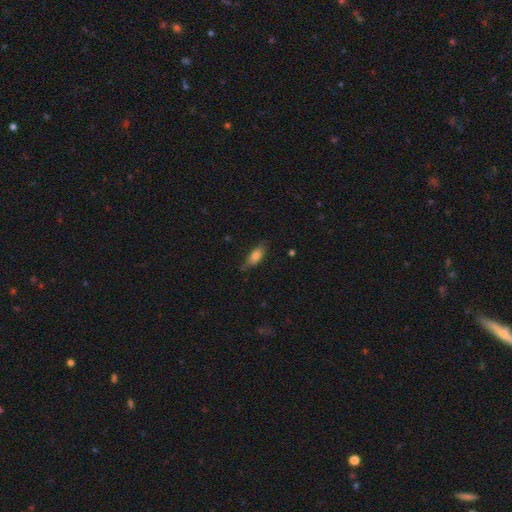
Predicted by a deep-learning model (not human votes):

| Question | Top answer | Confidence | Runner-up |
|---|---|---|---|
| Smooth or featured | smooth | 77% | featured or disk (15%) |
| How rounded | in between | 73% | cigar-shaped (24%) |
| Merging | none | 62% | minor disturbance (29%) |